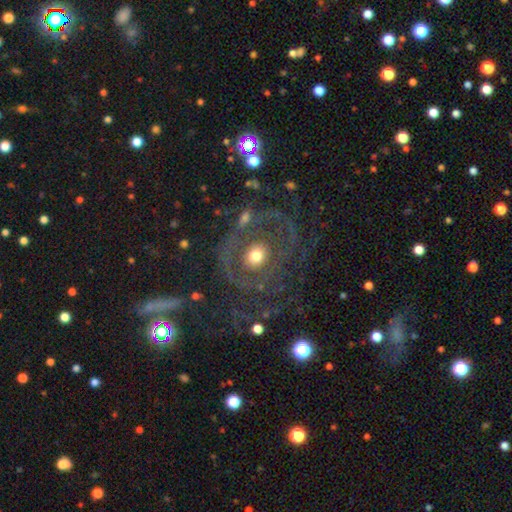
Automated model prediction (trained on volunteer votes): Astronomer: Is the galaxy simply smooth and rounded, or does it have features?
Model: featured or disk — 69%.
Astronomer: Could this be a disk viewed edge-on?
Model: no — 96%.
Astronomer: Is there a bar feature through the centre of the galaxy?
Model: no — 87%.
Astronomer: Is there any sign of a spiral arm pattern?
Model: yes — 56% (runner-up: no, 44%).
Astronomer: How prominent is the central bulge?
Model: moderate — 60%.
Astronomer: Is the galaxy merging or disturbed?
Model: none — 61%.